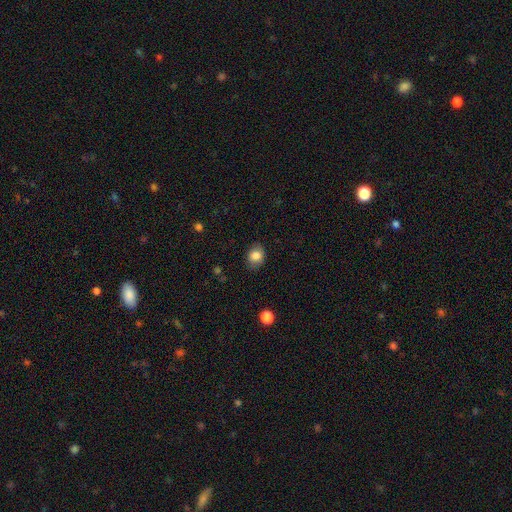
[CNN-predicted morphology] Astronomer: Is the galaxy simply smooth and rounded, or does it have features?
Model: smooth — 83%.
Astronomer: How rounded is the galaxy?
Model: in between — 59% (runner-up: round, 40%).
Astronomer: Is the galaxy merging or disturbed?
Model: none — 80%.